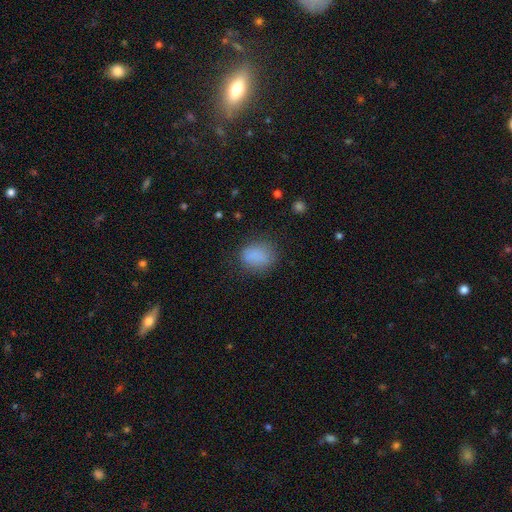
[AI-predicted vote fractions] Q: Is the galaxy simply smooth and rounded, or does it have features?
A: smooth — 84%.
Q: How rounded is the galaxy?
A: in between — 59%.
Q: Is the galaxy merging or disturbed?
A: none — 74%.